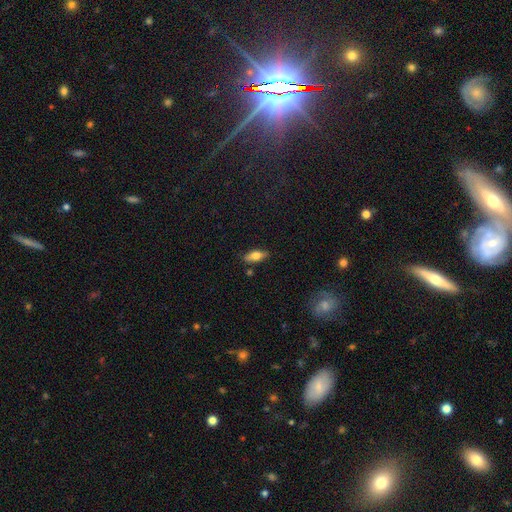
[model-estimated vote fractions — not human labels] Smooth or featured? Predicted: smooth (p=0.61). How rounded? Predicted: in between (p=0.67). Merging? Predicted: none (p=0.83).